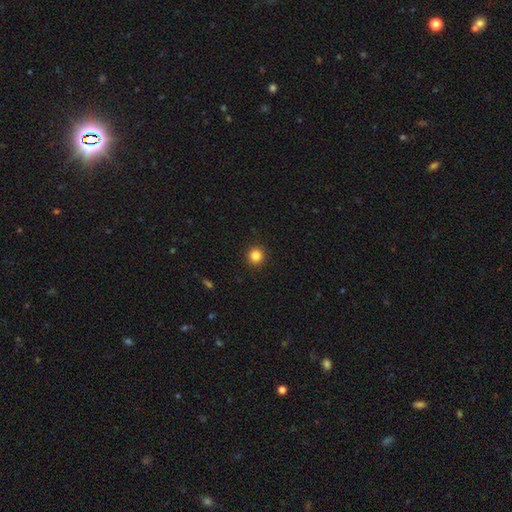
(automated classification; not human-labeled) This is clearly a smooth galaxy (84%). How rounded: clearly round (94%). Merging: clearly none (93%).